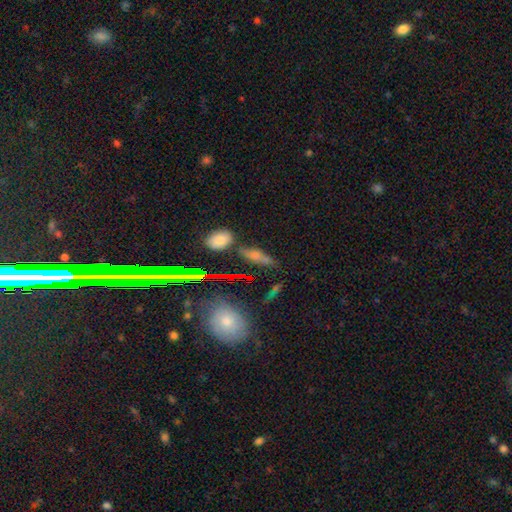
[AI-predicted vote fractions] Smooth or featured? Predicted: smooth (p=0.51). How rounded? Predicted: in between (p=0.49). Merging? Predicted: none (p=0.64).